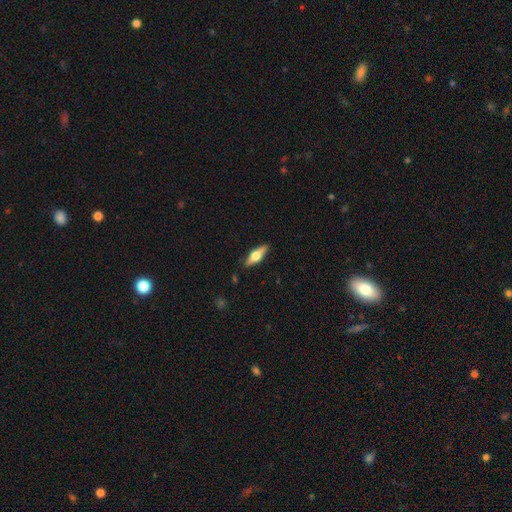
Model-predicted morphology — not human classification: This appears to be a featured or disk galaxy (56%) viewed edge-on (93%) with a rounded central bulge (94%). Merging: none (88%).